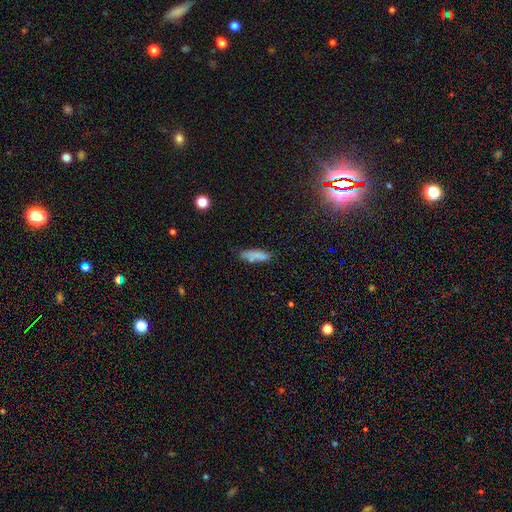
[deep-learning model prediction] The model was most divided on "how rounded": cigar-shaped: 49%, in between: 48%, round: 3%. More confident: smooth or featured — smooth (80%); merging — none (72%).